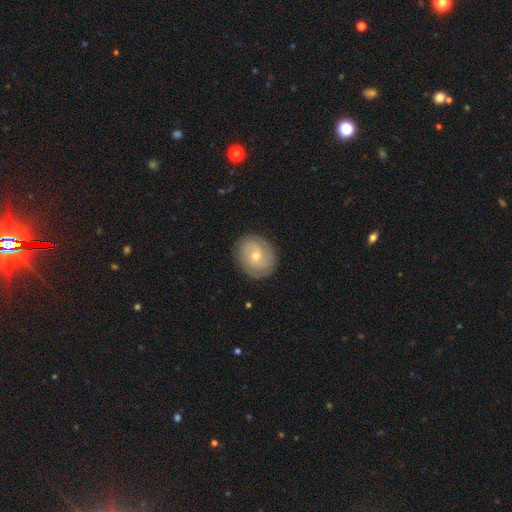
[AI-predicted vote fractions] A featured or disk galaxy (67%) with no bar (68%), 2 (44%) tight (69%) spiral arms (88%) and a small central bulge (57%).

Vote fractions:
- Smooth or featured? featured or disk: 67% / smooth: 24% / star or artifact: 8%
- Edge-on disk? no: 97% / yes: 3%
- Bar? no: 68% / weak: 27% / strong: 5%
- Spiral arms? yes: 88% / no: 12%
- Spiral winding? tight: 69% / medium: 24% / loose: 7%
- Spiral arm count? 2: 44% / can't tell: 30% / 3: 13% / 4: 5% / 1: 4% / more than 4: 4%
- Bulge size? small: 57% / moderate: 40% / large: 1% / none: 1% / dominant: 1%
- Merging? none: 86% / minor disturbance: 10% / major disturbance: 3% / merger: 1%